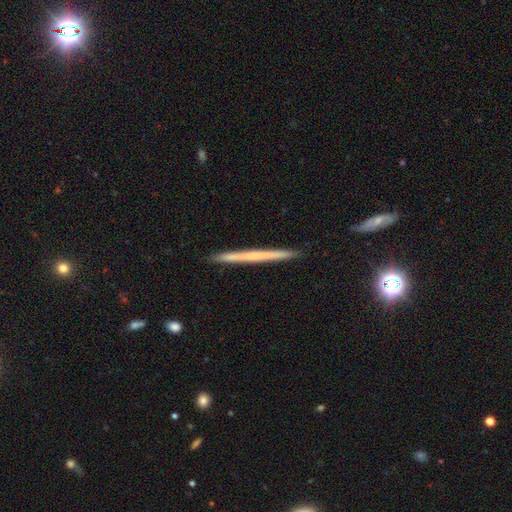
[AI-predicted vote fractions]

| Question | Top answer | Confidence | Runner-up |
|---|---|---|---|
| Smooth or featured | featured or disk | 49% | smooth (45%) |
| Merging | none | 92% | minor disturbance (6%) |